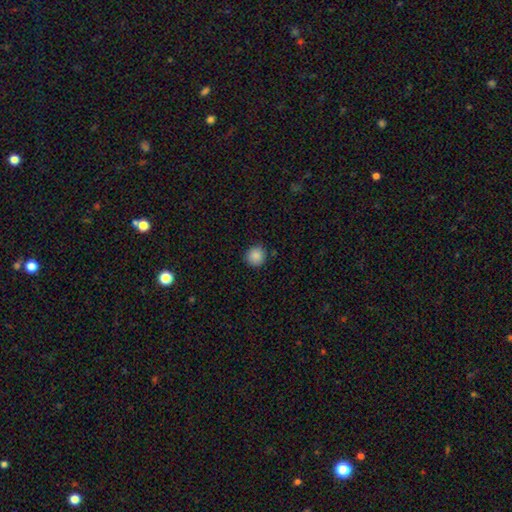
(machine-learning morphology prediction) Smooth or featured? smooth (88%)
How rounded? round (94%)
Merging? none (89%)